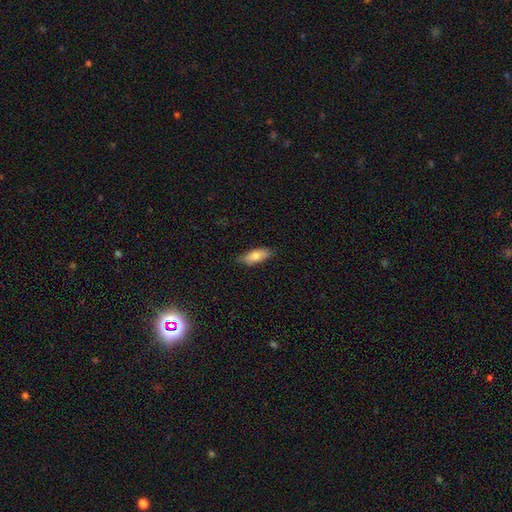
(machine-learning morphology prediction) smooth-or-featured: smooth: 74% | featured or disk: 20% | star or artifact: 6%
  how-rounded: in between: 73% | cigar-shaped: 25% | round: 2%
  merging: none: 82% | minor disturbance: 14% | major disturbance: 2% | merger: 1%